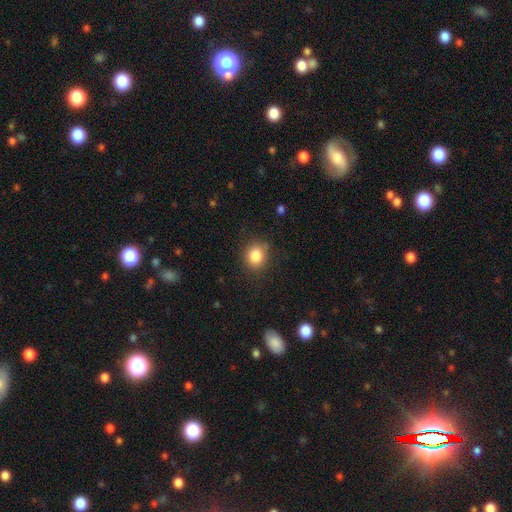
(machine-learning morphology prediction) This appears to be a smooth galaxy with no disk features (84%) that is round (76%). Merging: none (81%).